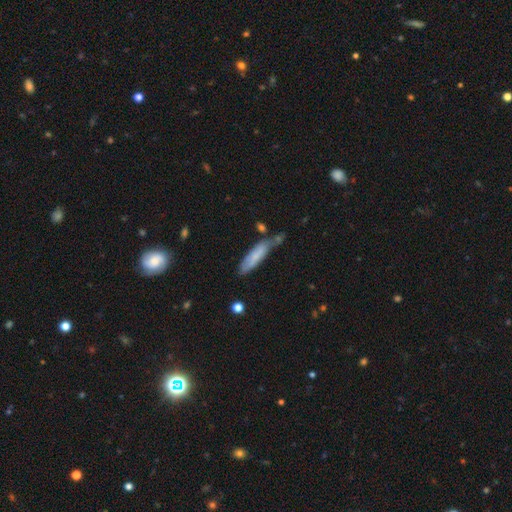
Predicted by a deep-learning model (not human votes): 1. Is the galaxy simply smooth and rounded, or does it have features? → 71% smooth, 22% featured or disk, 7% star or artifact.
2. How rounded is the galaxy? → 73% cigar-shaped, 26% in between, 1% round.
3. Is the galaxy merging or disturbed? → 47% none, 29% minor disturbance, 14% merger, 10% major disturbance.